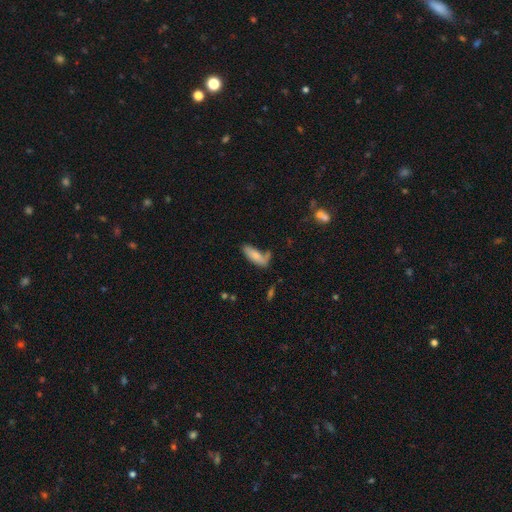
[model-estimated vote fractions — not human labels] Smooth or featured? Predicted: smooth (p=0.77). How rounded? Predicted: in between (p=0.64). Merging? Predicted: none (p=0.48).